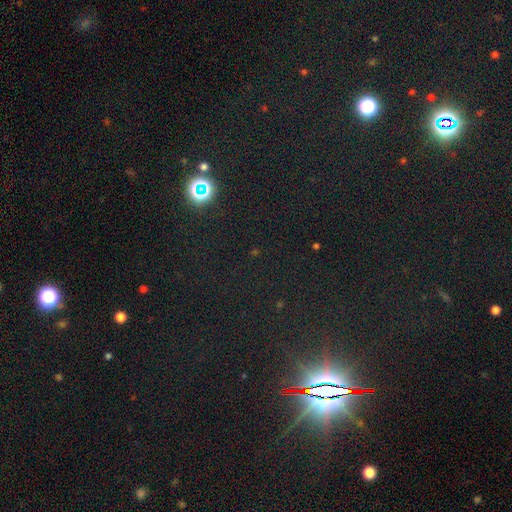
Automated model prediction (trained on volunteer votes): Q: Smooth or featured?
A: star or artifact (78%); runner-up: smooth (14%)